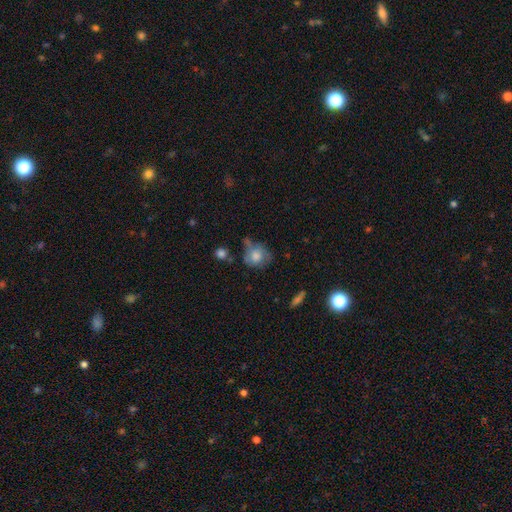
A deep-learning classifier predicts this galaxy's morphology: smooth_or_featured: smooth (p=0.68) [alt: featured or disk p=0.23]
how_rounded: round (p=0.69) [alt: in between p=0.30]
merging: none (p=0.44) [alt: minor disturbance p=0.30]